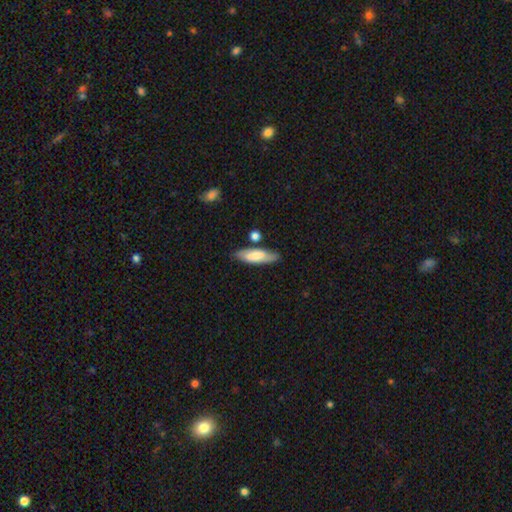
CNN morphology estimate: Overall: smooth (67%). How rounded: cigar-shaped (51%; in between 47%). Merging: none (74%).